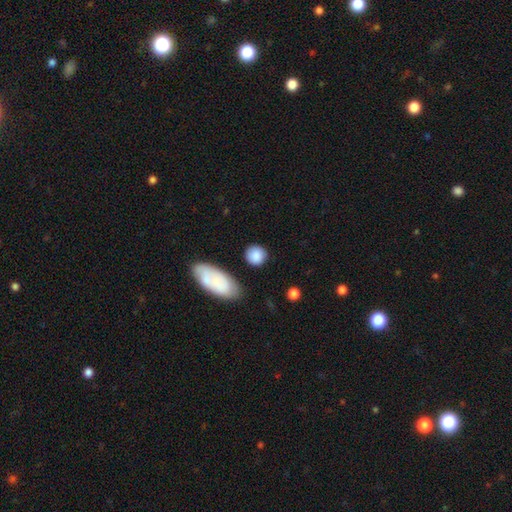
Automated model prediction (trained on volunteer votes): smooth 86%, featured or disk 7%, star or artifact 7%. Down the decision tree: how rounded — round (83%); merging — none (80%).